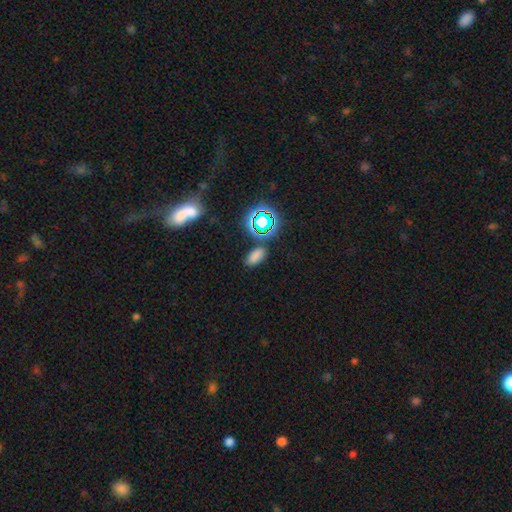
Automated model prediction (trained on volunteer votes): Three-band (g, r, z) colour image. It shows a smooth galaxy with no disk features (70%) that is in between round and cigar-shaped (88%). Merging: none (81%).